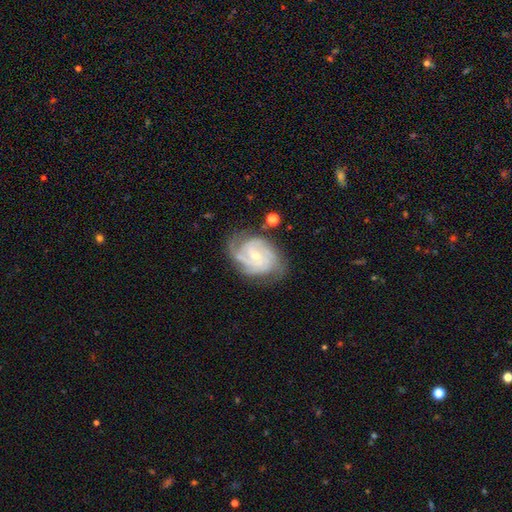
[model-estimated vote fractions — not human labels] smooth_or_featured: featured or disk (p=0.88) [alt: smooth p=0.07]
disk_edge_on: no (p=0.97) [alt: yes p=0.03]
bar: no (p=0.61) [alt: weak p=0.32]
has_spiral_arms: yes (p=0.98) [alt: no p=0.02]
spiral_winding: tight (p=0.63) [alt: medium p=0.32]
spiral_arm_count: 3 (p=0.42) [alt: 4 p=0.19]
bulge_size: small (p=0.68) [alt: moderate p=0.29]
merging: none (p=0.73) [alt: minor disturbance p=0.18]